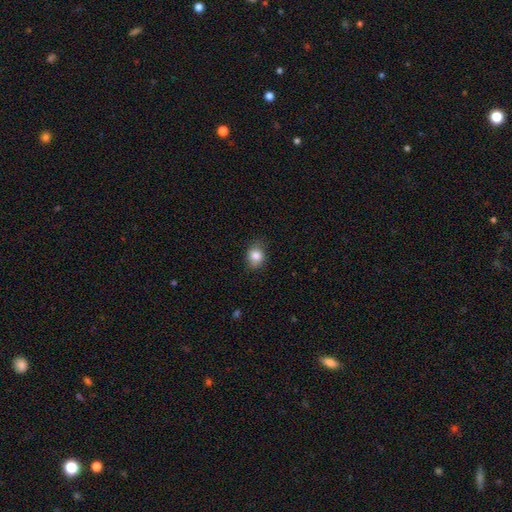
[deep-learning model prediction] This is clearly a smooth galaxy (84%). How rounded: possibly round (56%). Merging: likely none (80%).